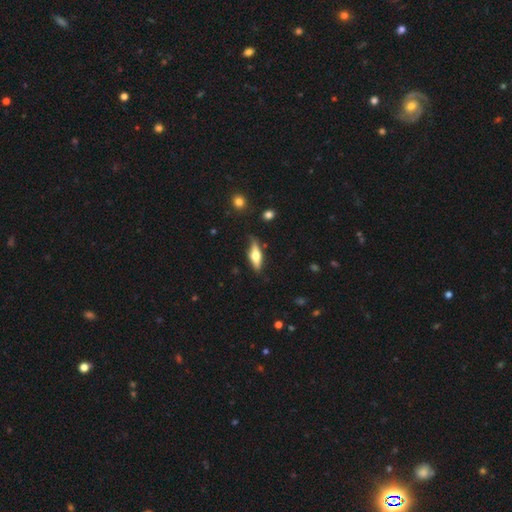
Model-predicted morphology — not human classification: Smooth or featured: featured or disk — 48% (smooth — 46%)
Merging: none — 80% (minor disturbance — 15%)